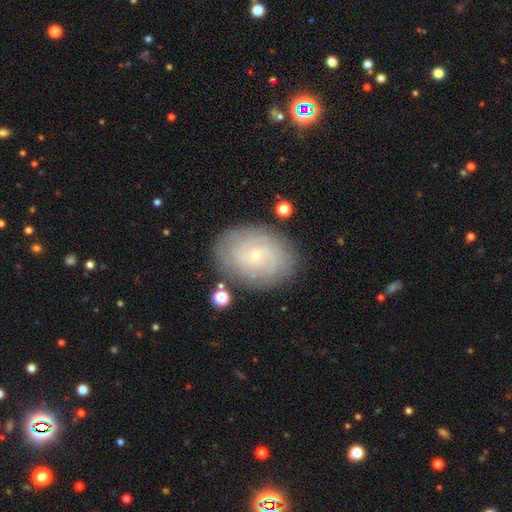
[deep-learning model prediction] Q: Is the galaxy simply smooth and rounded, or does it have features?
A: featured or disk — 75%.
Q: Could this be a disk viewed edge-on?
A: no — 97%.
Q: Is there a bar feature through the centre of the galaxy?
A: no — 79%.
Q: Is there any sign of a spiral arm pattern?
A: yes — 90%.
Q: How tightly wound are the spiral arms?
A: tight — 69%.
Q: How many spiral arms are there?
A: can't tell — 41%.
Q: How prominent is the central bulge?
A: small — 87%.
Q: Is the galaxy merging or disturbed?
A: none — 81%.